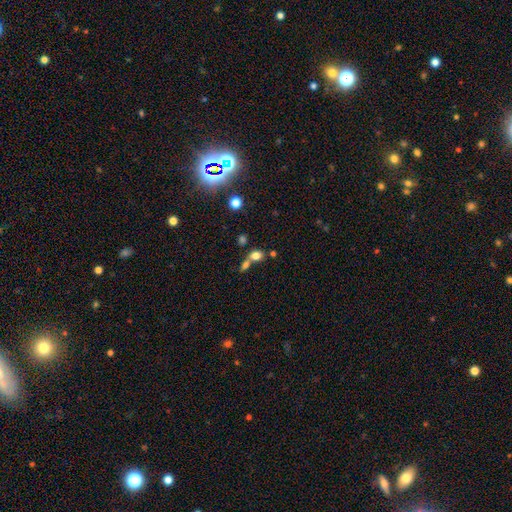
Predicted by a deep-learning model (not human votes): A smooth galaxy with no disk features (76%) that is in between round and cigar-shaped (52%).

Vote fractions:
- Smooth or featured? smooth: 76% / star or artifact: 13% / featured or disk: 10%
- How rounded? in between: 52% / round: 46% / cigar-shaped: 2%
- Merging? merger: 48% / none: 37% / minor disturbance: 9% / major disturbance: 6%